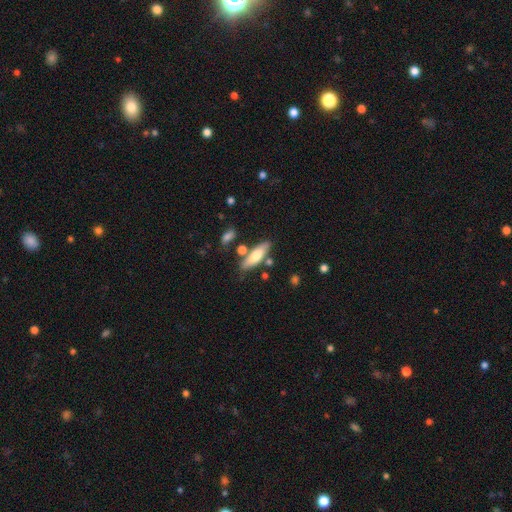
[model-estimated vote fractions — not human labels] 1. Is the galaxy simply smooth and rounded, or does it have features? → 67% smooth, 28% featured or disk, 6% star or artifact.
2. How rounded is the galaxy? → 49% cigar-shaped, 48% in between, 2% round.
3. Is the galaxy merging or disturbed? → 73% none, 14% minor disturbance, 10% merger, 3% major disturbance.